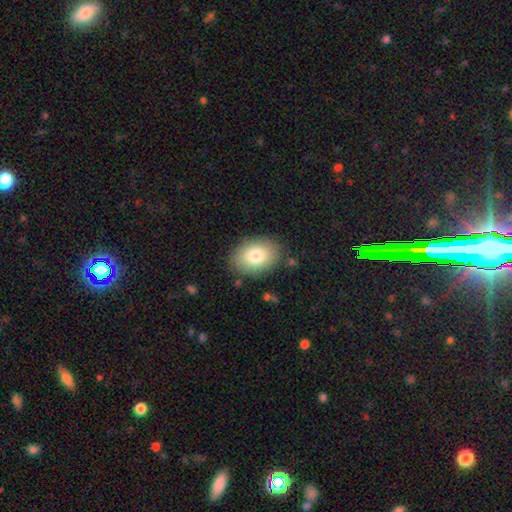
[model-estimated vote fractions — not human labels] smooth-or-featured: smooth: 80% | featured or disk: 12% | star or artifact: 8%
  how-rounded: in between: 80% | round: 19% | cigar-shaped: 1%
  merging: none: 84% | minor disturbance: 11% | major disturbance: 3% | merger: 2%